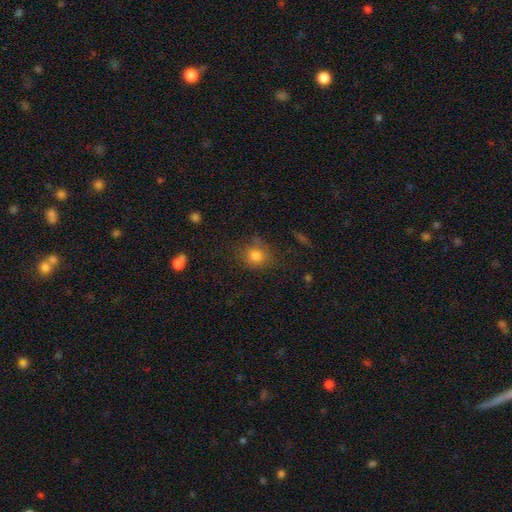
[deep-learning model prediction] smooth 79%, star or artifact 13%, featured or disk 8%. Down the decision tree: how rounded — round (67%); merging — none (70%).